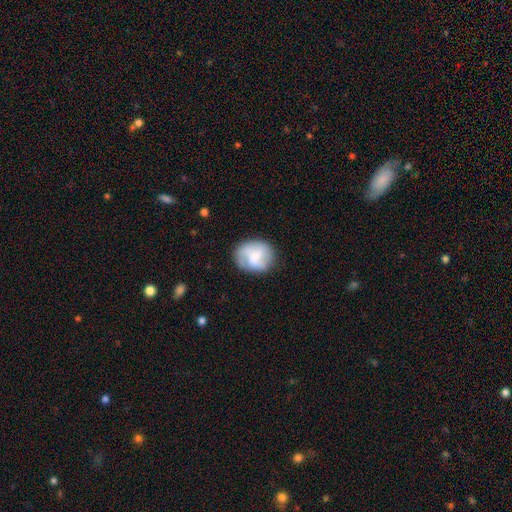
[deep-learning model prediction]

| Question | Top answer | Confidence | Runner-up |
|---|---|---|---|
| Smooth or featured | smooth | 51% | featured or disk (41%) |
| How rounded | round | 60% | in between (39%) |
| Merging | none | 63% | minor disturbance (23%) |